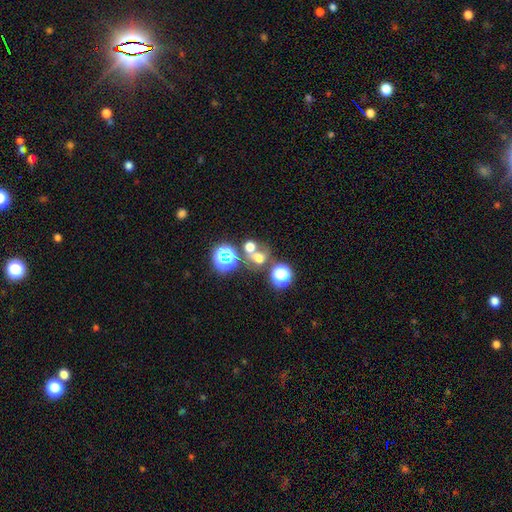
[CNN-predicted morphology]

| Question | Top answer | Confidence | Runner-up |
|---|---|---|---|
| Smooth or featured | smooth | 53% | star or artifact (32%) |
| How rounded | round | 71% | in between (28%) |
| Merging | none | 48% | merger (38%) |